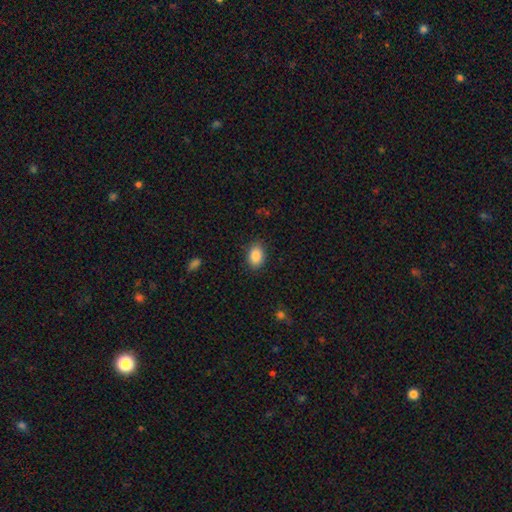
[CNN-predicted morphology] smooth-or-featured: smooth: 87% | star or artifact: 8% | featured or disk: 6%
  how-rounded: in between: 83% | round: 15% | cigar-shaped: 1%
  merging: none: 87% | minor disturbance: 9% | major disturbance: 2% | merger: 1%